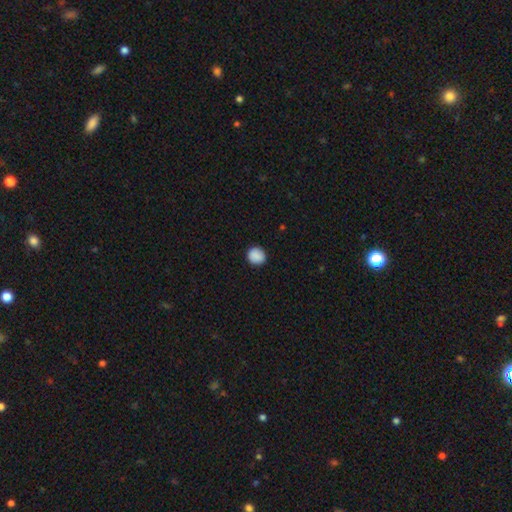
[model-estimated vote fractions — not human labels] Smooth or featured?
  - smooth: 89% *
  - star or artifact: 8%
  - featured or disk: 3%
How rounded?
  - round: 88% *
  - in between: 11%
  - cigar-shaped: 1%
Merging?
  - none: 89% *
  - minor disturbance: 8%
  - major disturbance: 2%
  - merger: 1%